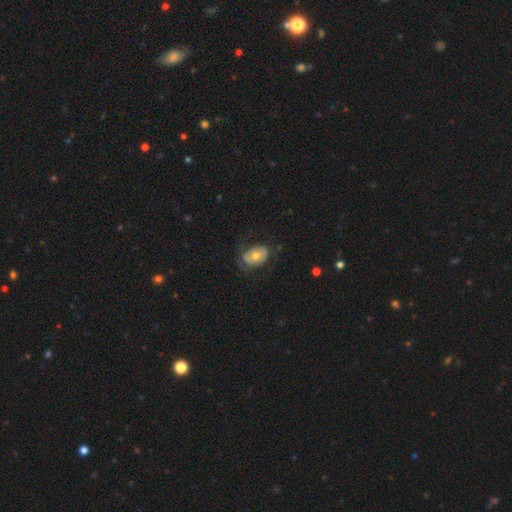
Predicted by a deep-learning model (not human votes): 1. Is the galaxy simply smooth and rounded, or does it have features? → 49% smooth, 45% featured or disk, 6% star or artifact.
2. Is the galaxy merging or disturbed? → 59% none, 23% minor disturbance, 17% major disturbance, 1% merger.